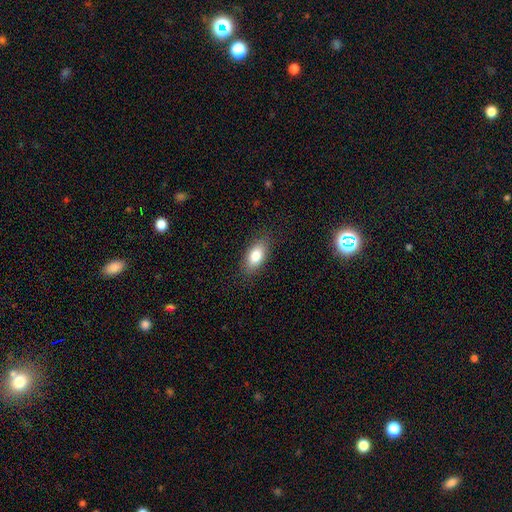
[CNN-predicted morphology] smooth_or_featured: smooth (p=0.82) [alt: featured or disk p=0.11]
how_rounded: in between (p=0.88) [alt: cigar-shaped p=0.07]
merging: none (p=0.86) [alt: minor disturbance p=0.10]